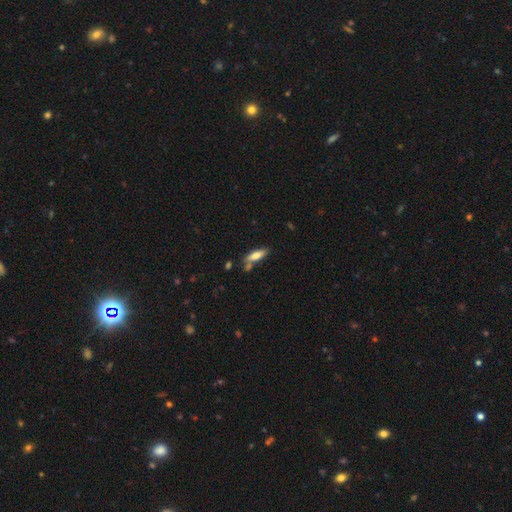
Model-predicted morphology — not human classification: Smooth or featured? smooth (76%)
How rounded? cigar-shaped (55%)
Merging? none (65%)